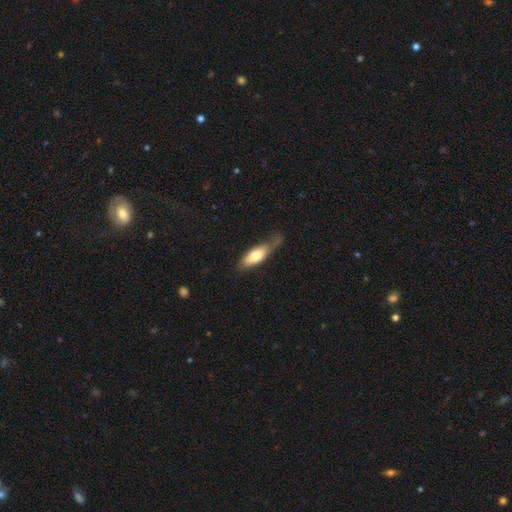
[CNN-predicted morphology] Overall: smooth (70%). How rounded: in between (65%; cigar-shaped 33%). Merging: none (39%; minor disturbance 36%).